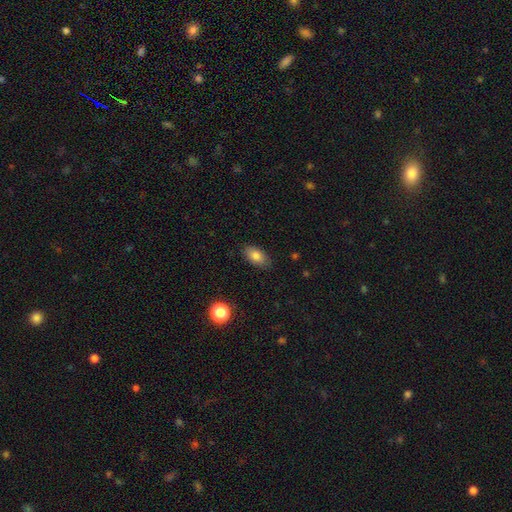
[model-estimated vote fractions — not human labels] This appears to be a smooth galaxy with no disk features (81%) that is in between round and cigar-shaped (90%). Merging: none (85%).